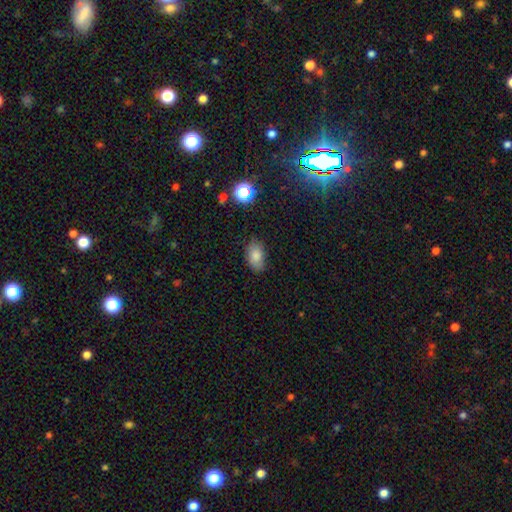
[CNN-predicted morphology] Smooth or featured? Predicted: smooth (p=0.81). How rounded? Predicted: in between (p=0.88). Merging? Predicted: none (p=0.76).